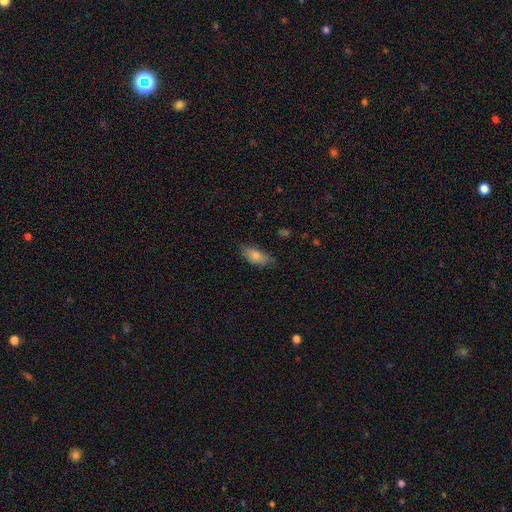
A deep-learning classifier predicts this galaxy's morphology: type=smooth (82%); roundness=in between (87%); merging=none (73%).